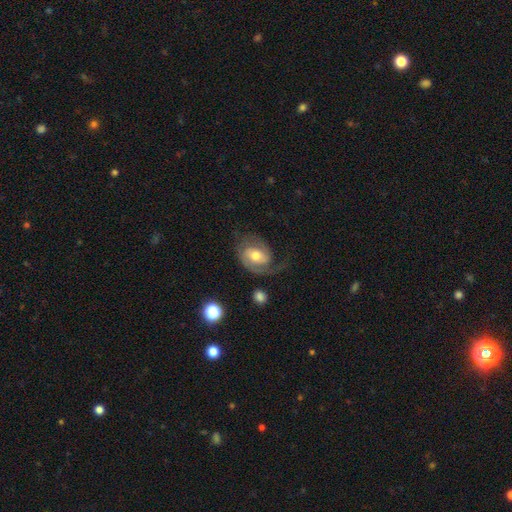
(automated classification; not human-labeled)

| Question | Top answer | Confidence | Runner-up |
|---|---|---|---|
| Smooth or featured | featured or disk | 77% | smooth (17%) |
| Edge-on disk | no | 97% | yes (3%) |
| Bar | no | 46% | weak (41%) |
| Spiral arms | yes | 93% | no (7%) |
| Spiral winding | medium | 45% | tight (28%) |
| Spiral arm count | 2 | 61% | 1 (29%) |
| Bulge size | moderate | 68% | small (22%) |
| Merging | none | 54% | major disturbance (26%) |